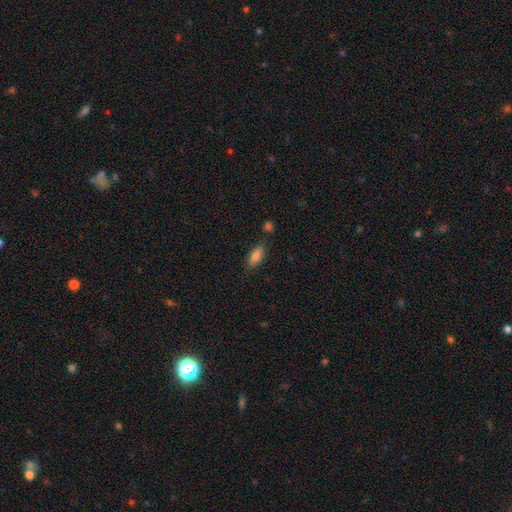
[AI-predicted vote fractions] Smooth or featured: smooth — 82% (featured or disk — 10%)
How rounded: in between — 79% (cigar-shaped — 18%)
Merging: none — 74% (minor disturbance — 15%)